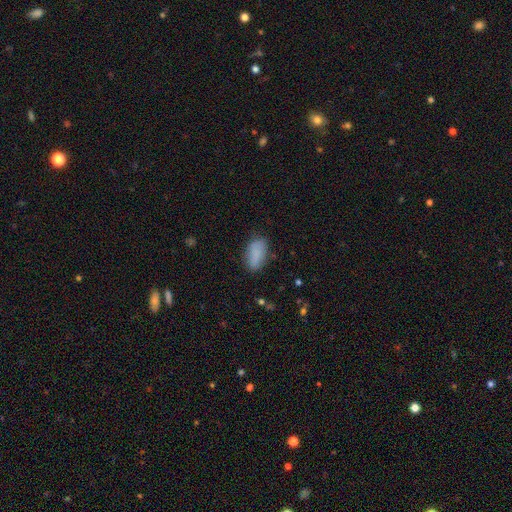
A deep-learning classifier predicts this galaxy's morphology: A smooth galaxy with no disk features (84%) that is in between round and cigar-shaped (89%).

Vote fractions:
- Smooth or featured? smooth: 84% / featured or disk: 9% / star or artifact: 8%
- How rounded? in between: 89% / cigar-shaped: 7% / round: 4%
- Merging? none: 73% / minor disturbance: 20% / major disturbance: 6% / merger: 2%